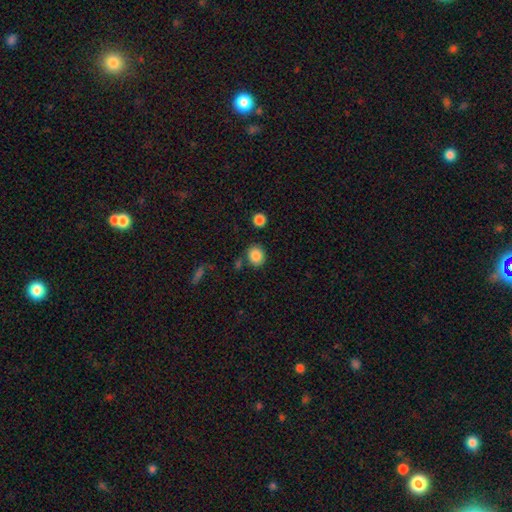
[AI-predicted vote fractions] Overall: smooth (86%). How rounded: round (76%). Merging: none (81%).